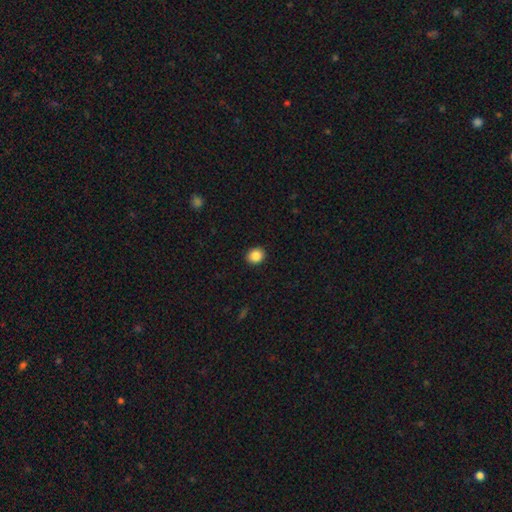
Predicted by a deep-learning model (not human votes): Q: Smooth or featured?
A: smooth (87%); runner-up: star or artifact (9%)
Q: How rounded?
A: round (73%); runner-up: in between (26%)
Q: Merging?
A: none (92%); runner-up: minor disturbance (6%)